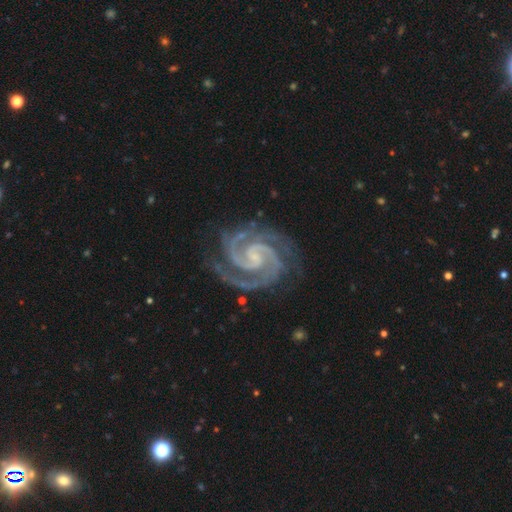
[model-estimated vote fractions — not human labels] Morphology: type=featured or disk (94%); edge-on=no (98%); bar=weak (43%); spiral arms=yes (99%); winding=tight (67%); arm count=2 (83%); bulge=small (61%); merging=none (81%).